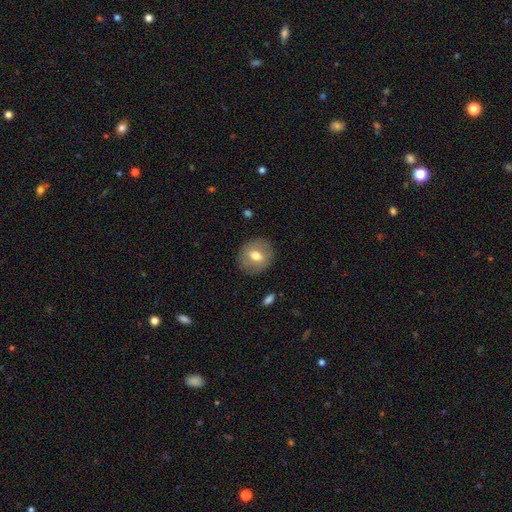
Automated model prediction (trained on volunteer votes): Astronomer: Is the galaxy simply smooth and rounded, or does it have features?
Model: smooth — 64%.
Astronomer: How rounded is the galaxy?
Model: round — 77%.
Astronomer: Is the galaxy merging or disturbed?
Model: none — 86%.